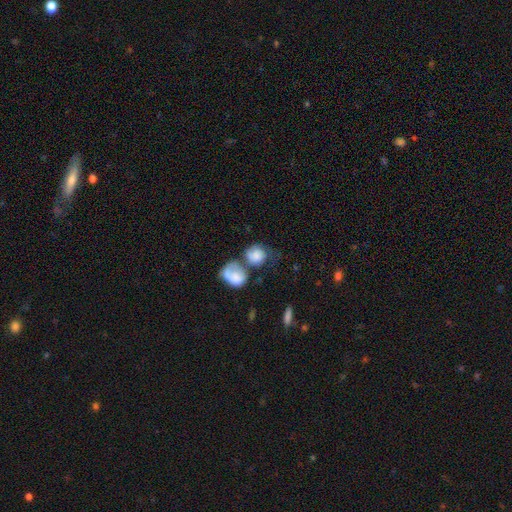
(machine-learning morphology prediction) This is likely a smooth galaxy (74%). How rounded: likely round (69%). Merging: marginally merger (43%).